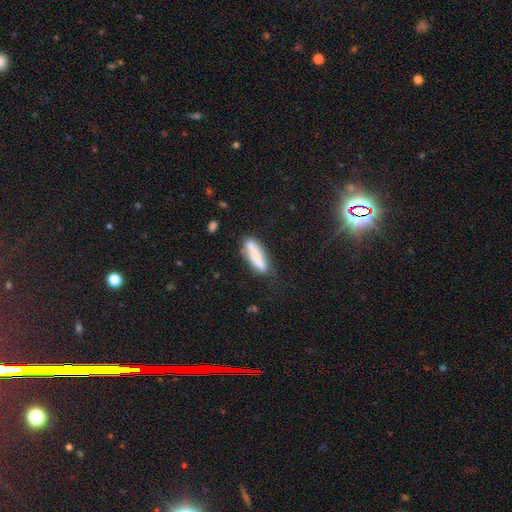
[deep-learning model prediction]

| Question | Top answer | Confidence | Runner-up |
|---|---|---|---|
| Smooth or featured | smooth | 63% | featured or disk (30%) |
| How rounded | cigar-shaped | 61% | in between (37%) |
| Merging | none | 61% | minor disturbance (23%) |